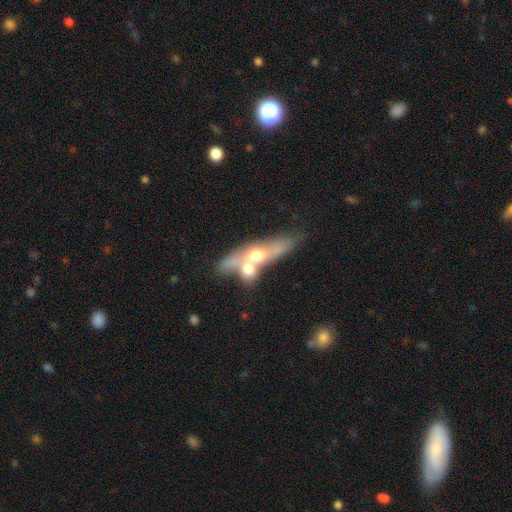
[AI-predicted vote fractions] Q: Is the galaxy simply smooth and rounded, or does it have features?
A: featured or disk — 52%.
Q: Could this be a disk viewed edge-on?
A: yes — 51%.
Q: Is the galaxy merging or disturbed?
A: merger — 62%.